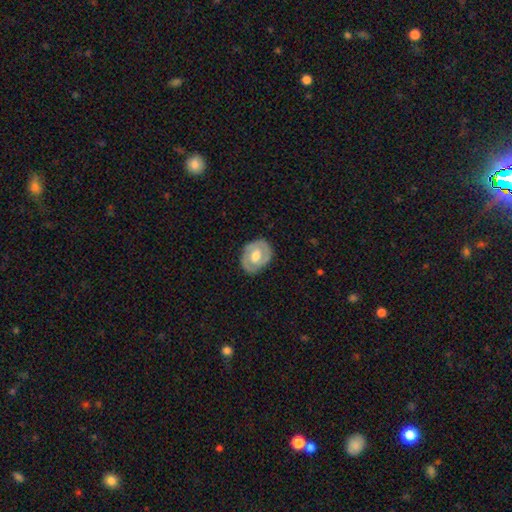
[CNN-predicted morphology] smooth-or-featured: featured or disk: 59% | smooth: 35% | star or artifact: 5%
  disk-edge-on: no: 95% | yes: 5%
    bar: no: 61% | weak: 31% | strong: 8%
    has-spiral-arms: yes: 52% | no: 48%
    bulge-size: moderate: 63% | large: 26% | small: 8% | none: 2% | dominant: 1%
  merging: none: 81% | minor disturbance: 14% | major disturbance: 4% | merger: 1%